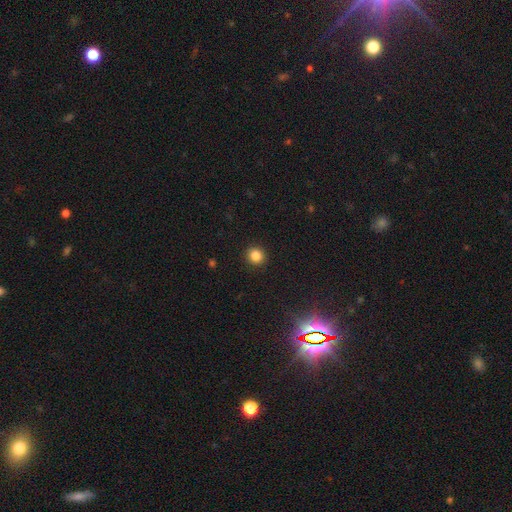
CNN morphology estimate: type=smooth (84%); roundness=round (92%); merging=none (92%).